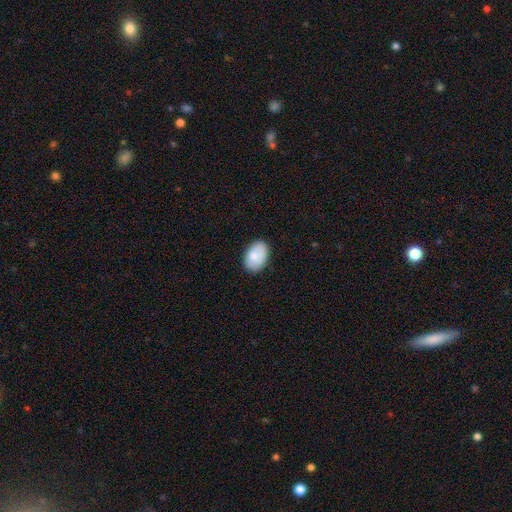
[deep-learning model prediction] This is clearly a smooth galaxy (83%). How rounded: clearly in between (89%). Merging: clearly none (83%).